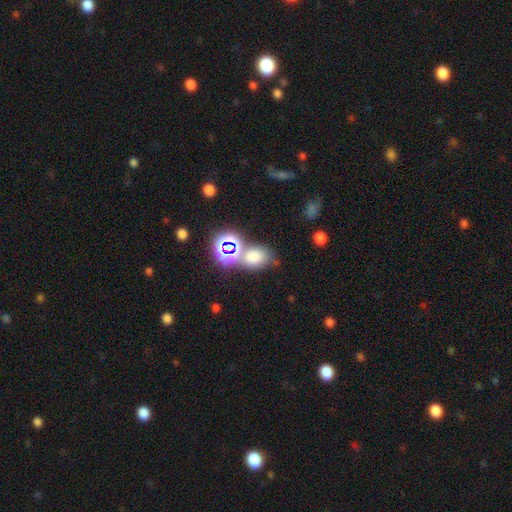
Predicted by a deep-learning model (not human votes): A smooth galaxy with no disk features (66%) that is in between round and cigar-shaped (56%). Merging: none (58%).